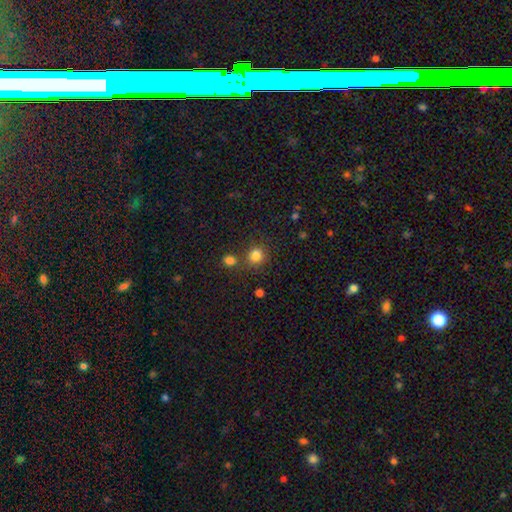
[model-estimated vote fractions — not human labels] Smooth or featured? Predicted: smooth (p=0.81). How rounded? Predicted: round (p=0.78). Merging? Predicted: none (p=0.66).